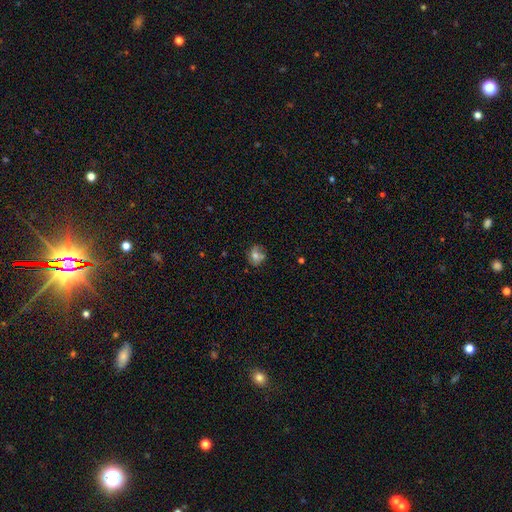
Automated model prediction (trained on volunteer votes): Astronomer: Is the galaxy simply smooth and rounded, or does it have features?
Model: smooth — 58%.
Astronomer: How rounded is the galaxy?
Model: round — 64%.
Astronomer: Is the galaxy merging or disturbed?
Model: none — 60%.